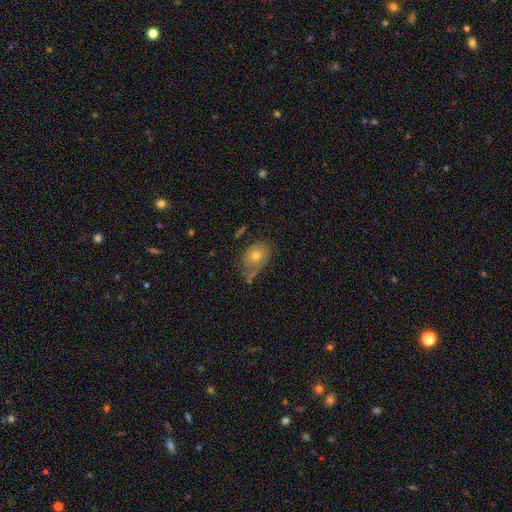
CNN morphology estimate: Smooth or featured? Predicted: smooth (p=0.71). How rounded? Predicted: in between (p=0.66). Merging? Predicted: none (p=0.52).